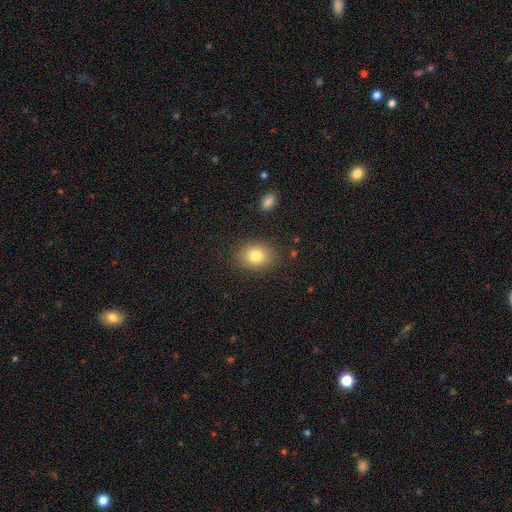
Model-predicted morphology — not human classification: Smooth or featured: smooth — 81% (star or artifact — 10%)
How rounded: in between — 62% (round — 37%)
Merging: none — 86% (minor disturbance — 10%)